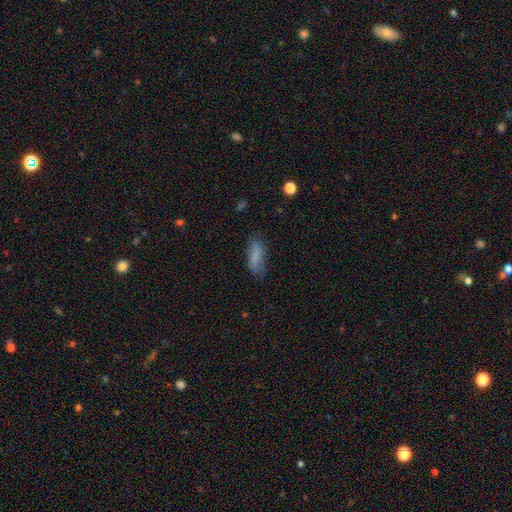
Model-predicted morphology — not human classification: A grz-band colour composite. It shows a smooth galaxy with no disk features (77%) that is in between round and cigar-shaped (69%). Merging: none (66%).